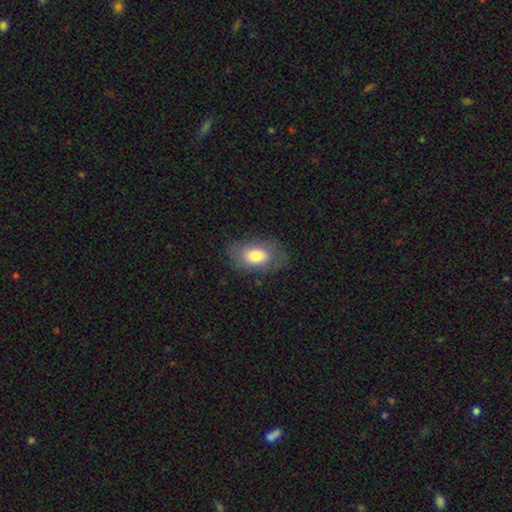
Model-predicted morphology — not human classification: Overall: smooth (75%). How rounded: in between (89%). Merging: none (73%).